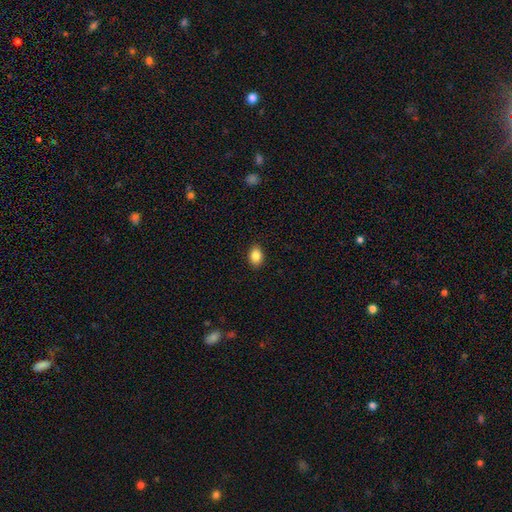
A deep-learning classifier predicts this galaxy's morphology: smooth 86%, star or artifact 9%, featured or disk 6%. Down the decision tree: how rounded — in between (78%); merging — none (90%).